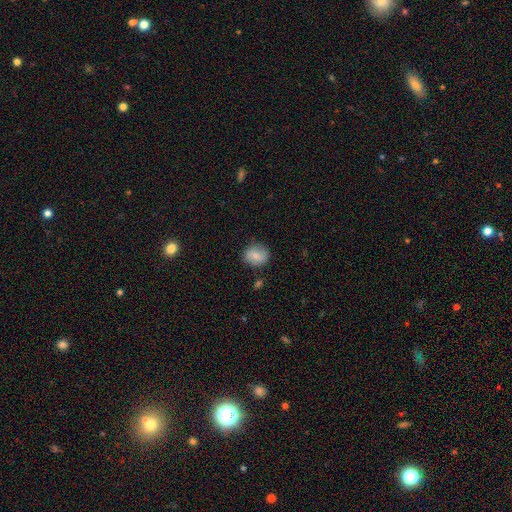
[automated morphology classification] Q: Smooth or featured?
A: smooth (76%); runner-up: featured or disk (16%)
Q: How rounded?
A: round (71%); runner-up: in between (27%)
Q: Merging?
A: none (80%); runner-up: minor disturbance (14%)